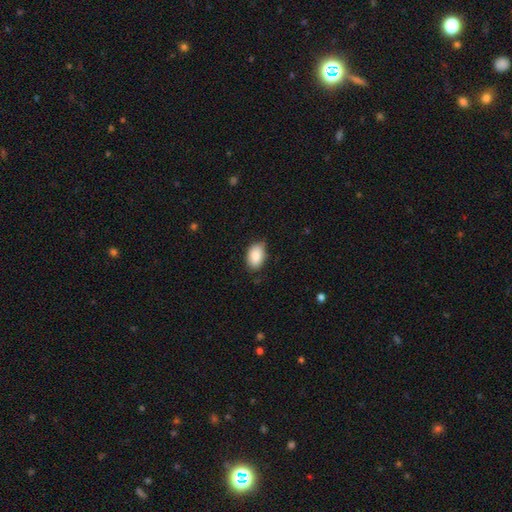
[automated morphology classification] A smooth galaxy with no disk features (88%) that is in between round and cigar-shaped (90%). Merging: none (78%).